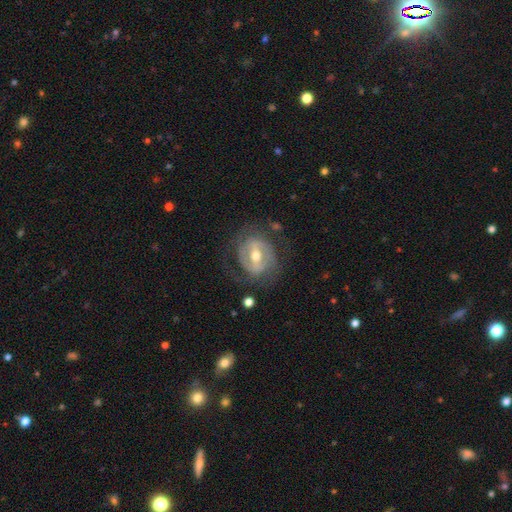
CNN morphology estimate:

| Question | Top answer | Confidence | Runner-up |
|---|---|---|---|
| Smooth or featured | featured or disk | 78% | smooth (16%) |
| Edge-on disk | no | 95% | yes (5%) |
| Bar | strong | 52% | weak (35%) |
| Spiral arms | yes | 63% | no (37%) |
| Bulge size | moderate | 71% | small (22%) |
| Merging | none | 68% | minor disturbance (17%) |